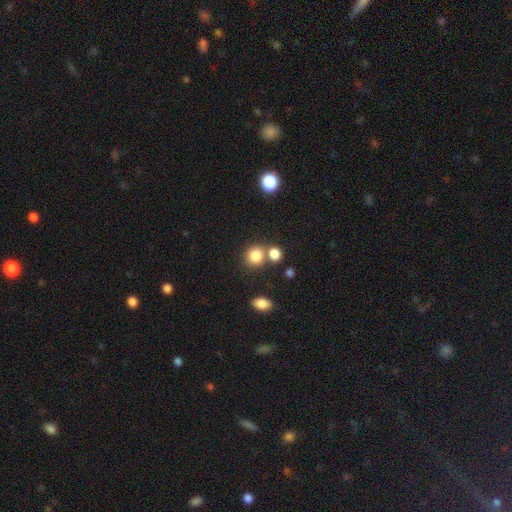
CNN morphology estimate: Smooth or featured? smooth (83%)
How rounded? round (81%)
Merging? none (62%)